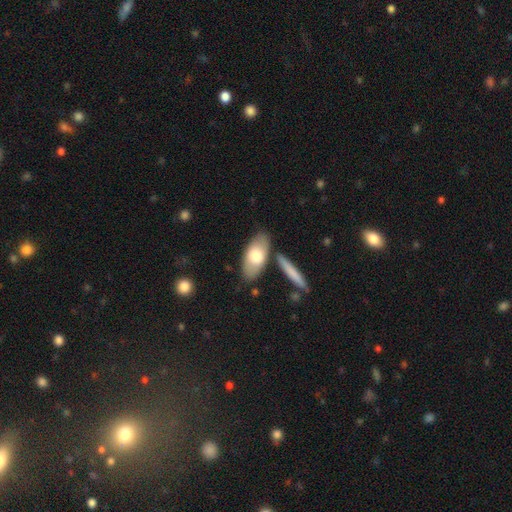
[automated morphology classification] The model was most divided on "smooth or featured": smooth: 70%, featured or disk: 25%, star or artifact: 5%. More confident: how rounded — in between (88%); merging — none (74%).